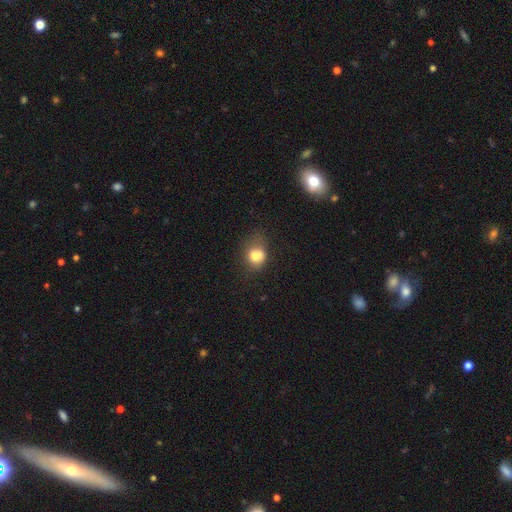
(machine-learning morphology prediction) Smooth or featured?
  - smooth: 72% *
  - featured or disk: 16%
  - star or artifact: 12%
How rounded?
  - round: 59% *
  - in between: 40%
  - cigar-shaped: 1%
Merging?
  - merger: 34% * (tied)
  - none: 34% * (tied)
  - minor disturbance: 20%
  - major disturbance: 12%